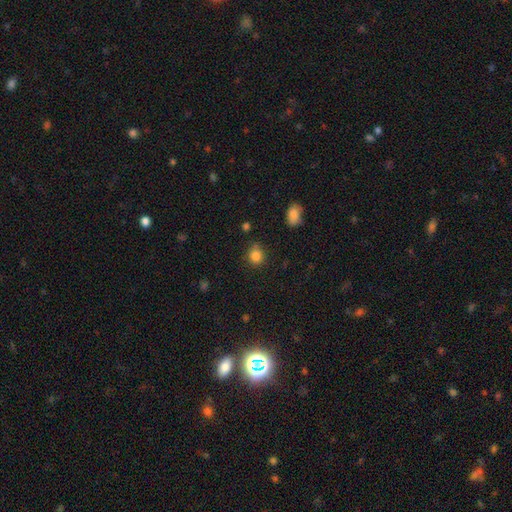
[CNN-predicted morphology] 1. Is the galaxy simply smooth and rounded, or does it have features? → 84% smooth, 11% star or artifact, 5% featured or disk.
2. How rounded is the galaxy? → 84% round, 15% in between, 1% cigar-shaped.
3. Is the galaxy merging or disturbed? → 76% none, 17% minor disturbance, 4% major disturbance, 3% merger.